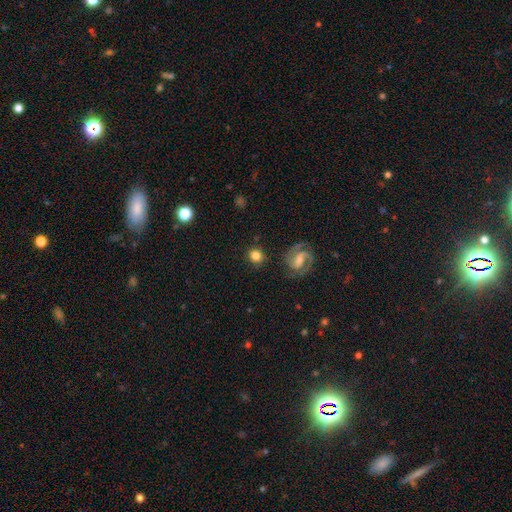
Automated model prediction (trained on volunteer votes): Smooth or featured? smooth (76%)
How rounded? round (88%)
Merging? none (86%)